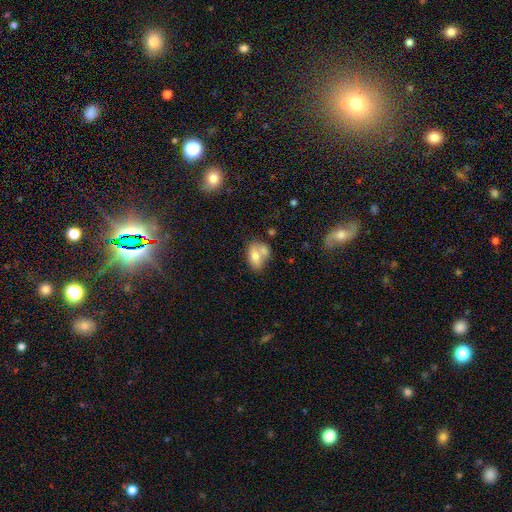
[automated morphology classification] smooth_or_featured: smooth (p=0.72) [alt: featured or disk p=0.20]
how_rounded: in between (p=0.81) [alt: round p=0.16]
merging: merger (p=0.47) [alt: none p=0.34]